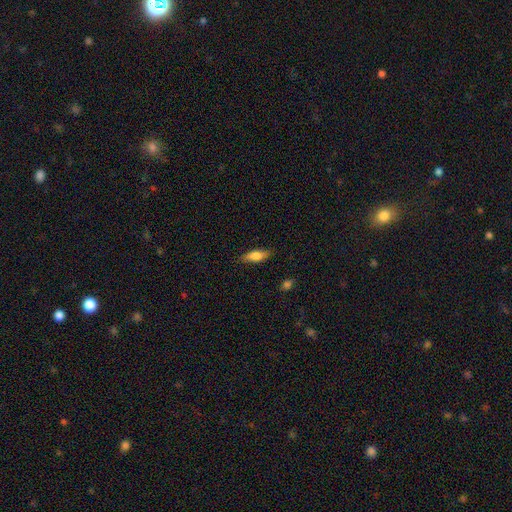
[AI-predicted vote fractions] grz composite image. It shows a smooth galaxy with no disk features (74%) that is in between round and cigar-shaped (58%). Merging: none (85%).